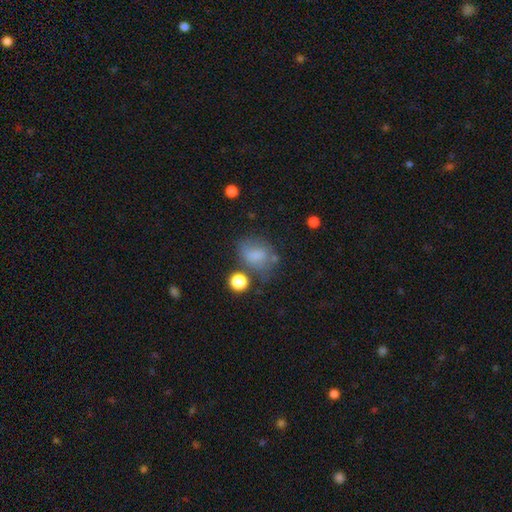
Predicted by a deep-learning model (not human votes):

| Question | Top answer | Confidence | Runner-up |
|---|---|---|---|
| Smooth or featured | smooth | 69% | featured or disk (18%) |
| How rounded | in between | 64% | round (35%) |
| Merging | none | 45% | minor disturbance (28%) |